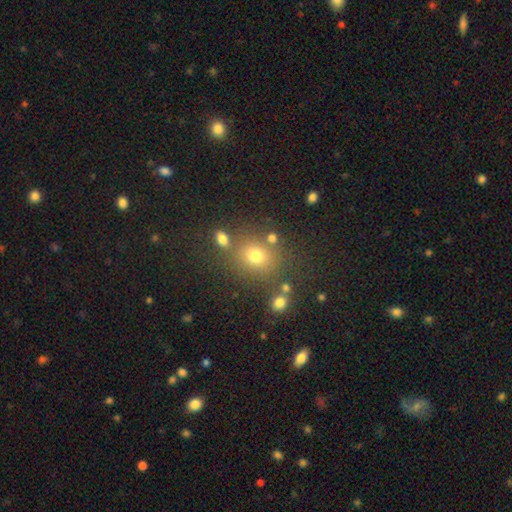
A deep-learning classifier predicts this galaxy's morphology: smooth_or_featured: smooth (p=0.71) [alt: star or artifact p=0.20]
how_rounded: round (p=0.74) [alt: in between p=0.25]
merging: none (p=0.73) [alt: merger p=0.11]